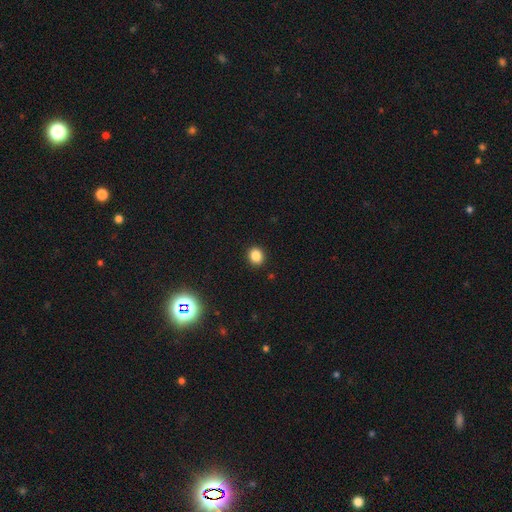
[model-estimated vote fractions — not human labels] The model was most divided on "how rounded": round: 77%, in between: 23%, cigar-shaped: 1%. More confident: merging — none (92%); smooth or featured — smooth (85%).